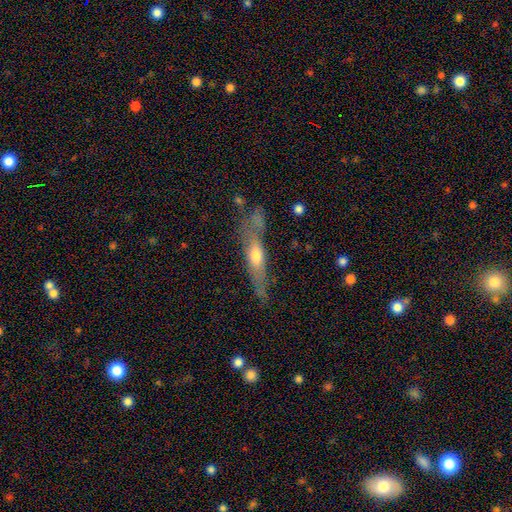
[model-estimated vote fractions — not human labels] A featured or disk galaxy (52%) viewed edge-on (71%). Merging: none (69%).